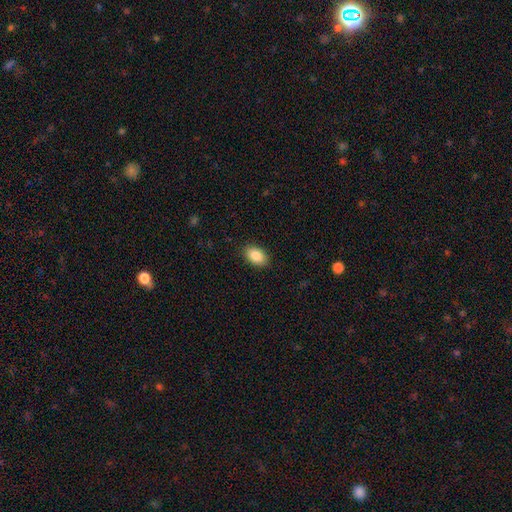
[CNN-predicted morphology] This appears to be a smooth galaxy with no disk features (87%) that is in between round and cigar-shaped (90%). Merging: none (89%).